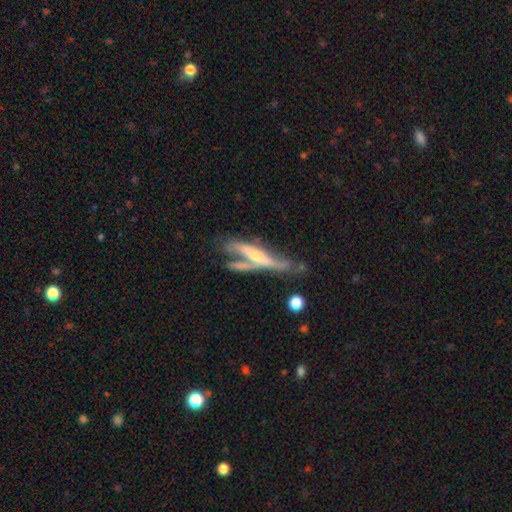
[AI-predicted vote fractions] Morphology: type=featured or disk (70%); edge-on=yes (70%); merging=none (31%).